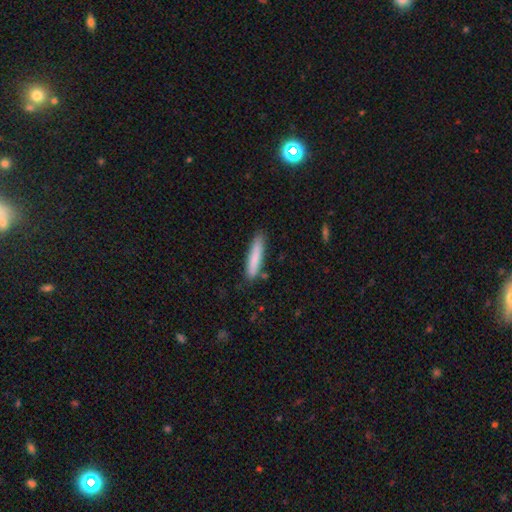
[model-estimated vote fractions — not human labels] This is clearly a smooth galaxy (82%). How rounded: clearly cigar-shaped (88%). Merging: clearly none (82%).